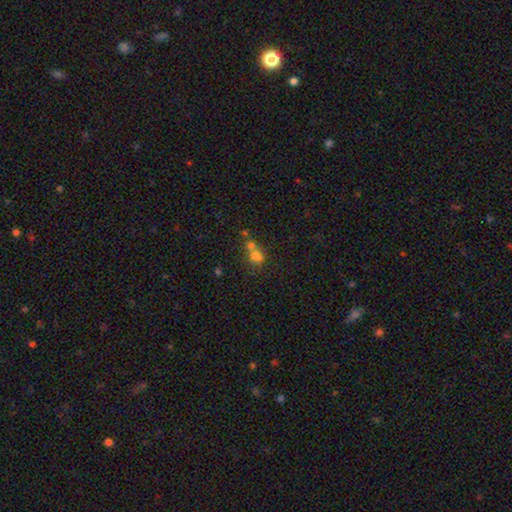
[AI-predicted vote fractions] Smooth or featured: smooth — 62% (star or artifact — 19%)
How rounded: round — 69% (in between — 30%)
Merging: merger — 55% (none — 31%)